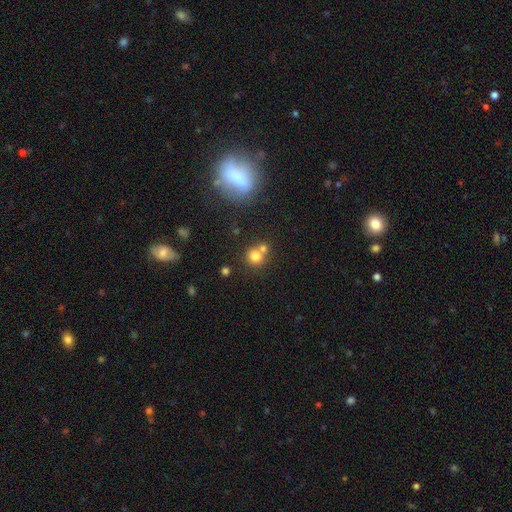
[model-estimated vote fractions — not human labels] Q: Smooth or featured?
A: smooth (78%); runner-up: star or artifact (13%)
Q: How rounded?
A: round (88%); runner-up: in between (11%)
Q: Merging?
A: none (53%); runner-up: merger (36%)